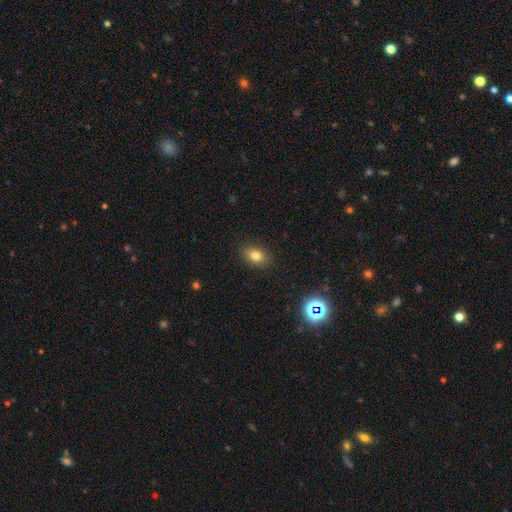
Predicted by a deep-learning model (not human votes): smooth_or_featured: smooth (p=0.78) [alt: star or artifact p=0.12]
how_rounded: in between (p=0.78) [alt: round p=0.21]
merging: none (p=0.87) [alt: minor disturbance p=0.09]